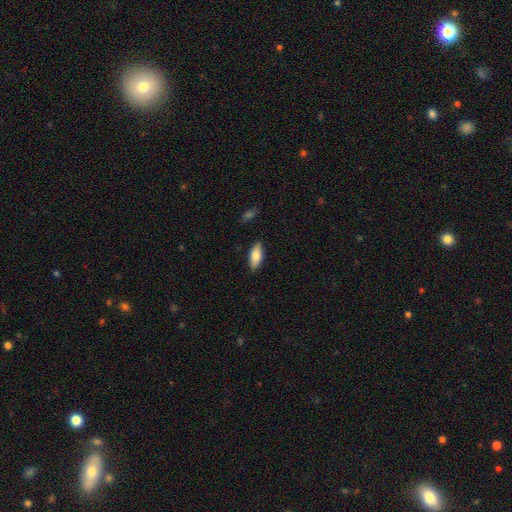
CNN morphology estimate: Smooth or featured: smooth — 79% (featured or disk — 15%)
How rounded: in between — 79% (cigar-shaped — 18%)
Merging: none — 88% (minor disturbance — 9%)